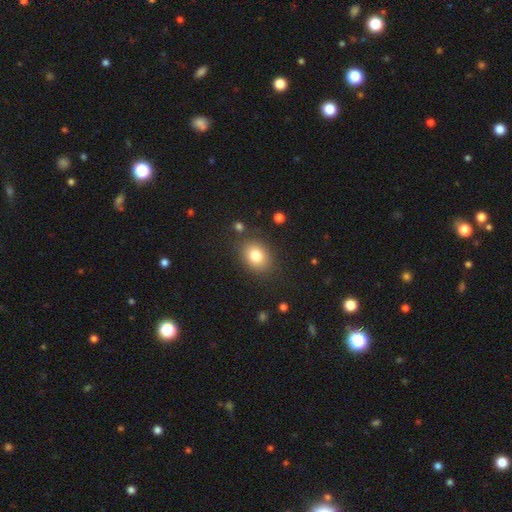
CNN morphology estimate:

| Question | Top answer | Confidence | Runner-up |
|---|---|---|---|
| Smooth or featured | smooth | 81% | star or artifact (10%) |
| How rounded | in between | 51% | round (48%) |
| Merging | none | 83% | minor disturbance (10%) |